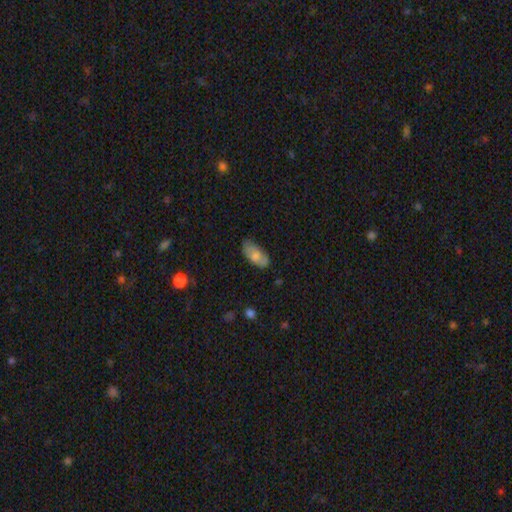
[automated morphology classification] The model was most divided on "smooth or featured": smooth: 71%, featured or disk: 23%, star or artifact: 6%. More confident: how rounded — in between (91%); merging — none (71%).